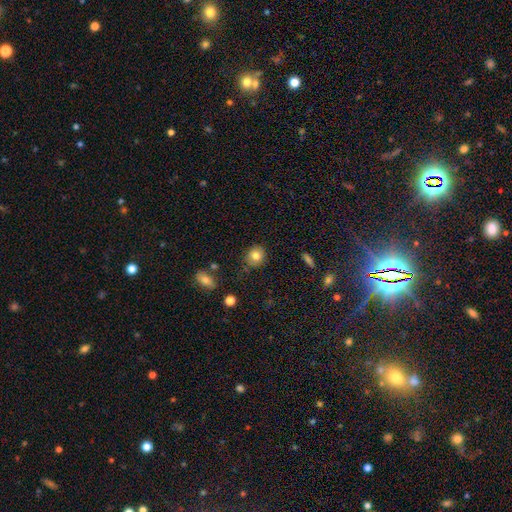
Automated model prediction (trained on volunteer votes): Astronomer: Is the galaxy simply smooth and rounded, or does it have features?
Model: smooth — 80%.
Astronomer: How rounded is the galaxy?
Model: round — 77%.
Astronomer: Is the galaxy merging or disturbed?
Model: none — 81%.